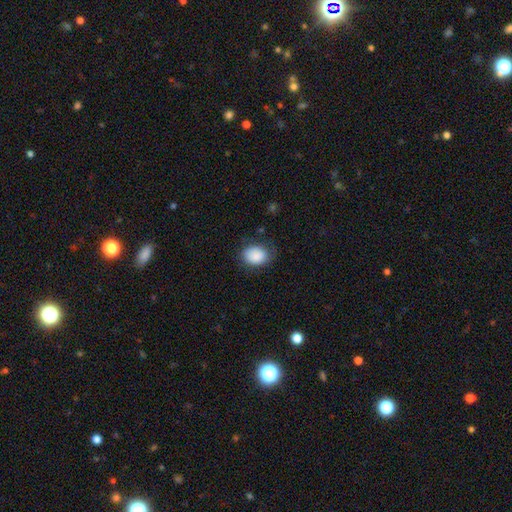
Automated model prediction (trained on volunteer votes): Overall: smooth (88%). How rounded: in between (64%; round 36%). Merging: none (68%).